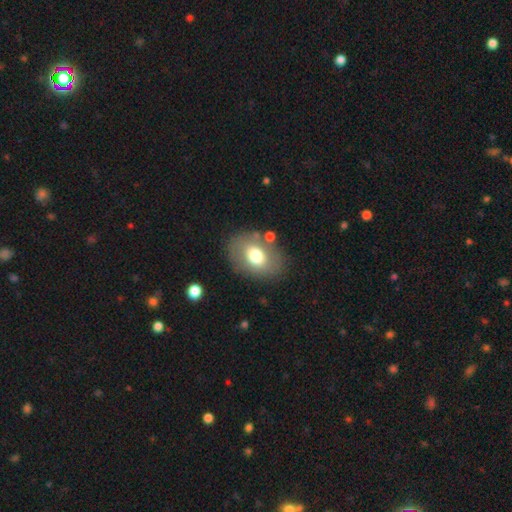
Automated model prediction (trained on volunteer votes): Q: Smooth or featured?
A: smooth (69%); runner-up: featured or disk (23%)
Q: How rounded?
A: in between (73%); runner-up: round (26%)
Q: Merging?
A: none (76%); runner-up: minor disturbance (13%)